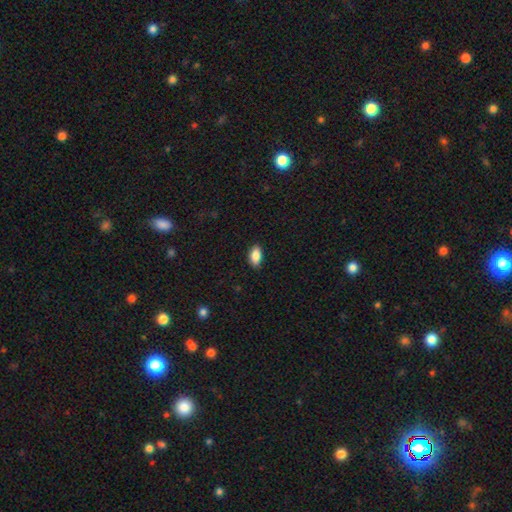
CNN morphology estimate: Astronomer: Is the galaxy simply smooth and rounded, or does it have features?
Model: smooth — 88%.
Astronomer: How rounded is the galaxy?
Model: in between — 92%.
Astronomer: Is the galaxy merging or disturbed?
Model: none — 87%.